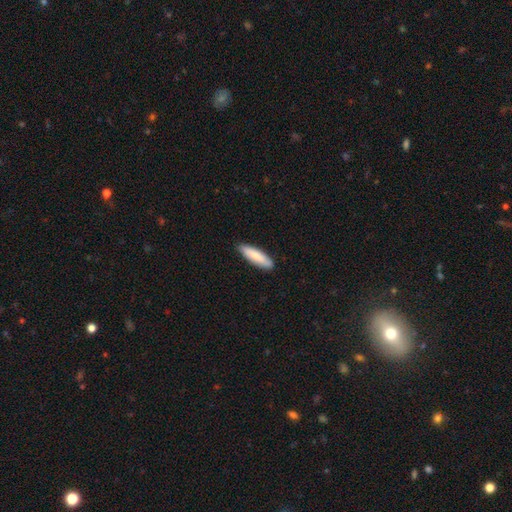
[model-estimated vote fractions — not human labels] Morphology: type=smooth (81%); roundness=cigar-shaped (65%); merging=none (87%).